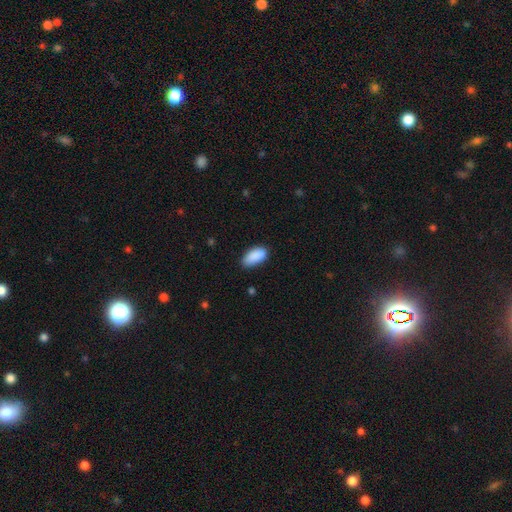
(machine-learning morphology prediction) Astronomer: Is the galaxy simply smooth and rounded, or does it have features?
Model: smooth — 89%.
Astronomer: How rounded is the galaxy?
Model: in between — 91%.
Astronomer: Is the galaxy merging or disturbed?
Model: none — 74%.